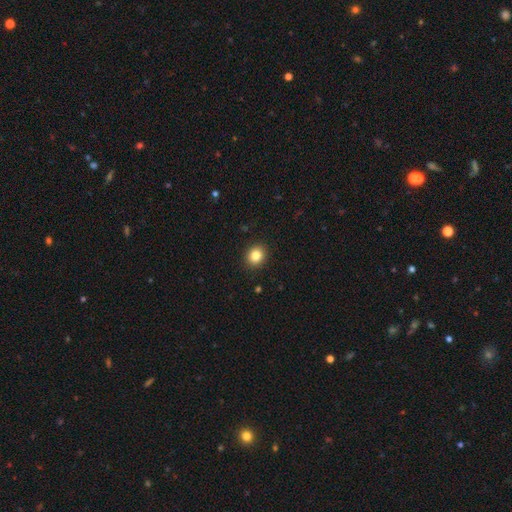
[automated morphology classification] Q: Smooth or featured?
A: smooth (84%); runner-up: star or artifact (10%)
Q: How rounded?
A: round (75%); runner-up: in between (24%)
Q: Merging?
A: none (92%); runner-up: minor disturbance (6%)